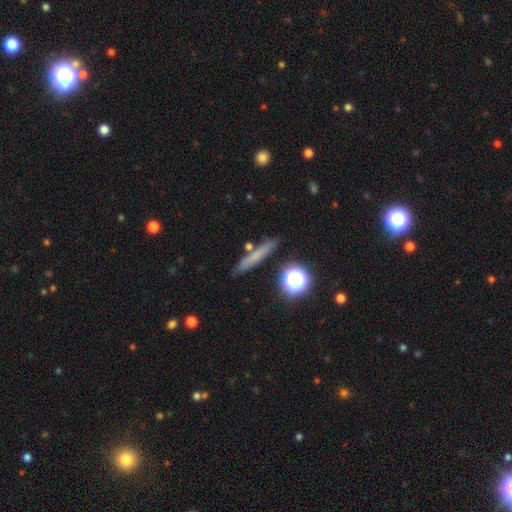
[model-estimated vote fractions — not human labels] smooth_or_featured: smooth (p=0.64) [alt: featured or disk p=0.23]
how_rounded: cigar-shaped (p=0.85) [alt: round p=0.07]
merging: none (p=0.85) [alt: minor disturbance p=0.09]